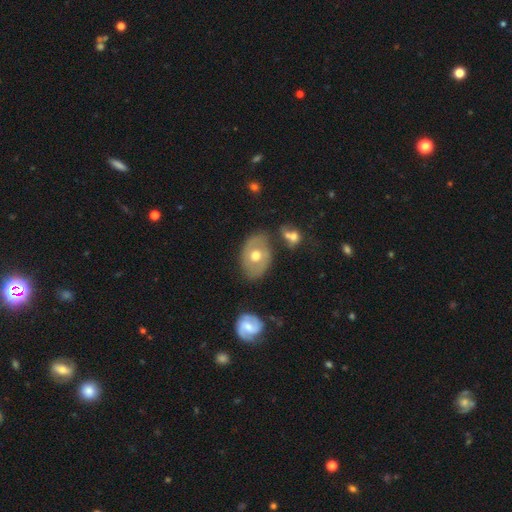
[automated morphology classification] smooth_or_featured: featured or disk (p=0.48) [alt: smooth p=0.45]
merging: none (p=0.69) [alt: minor disturbance p=0.20]